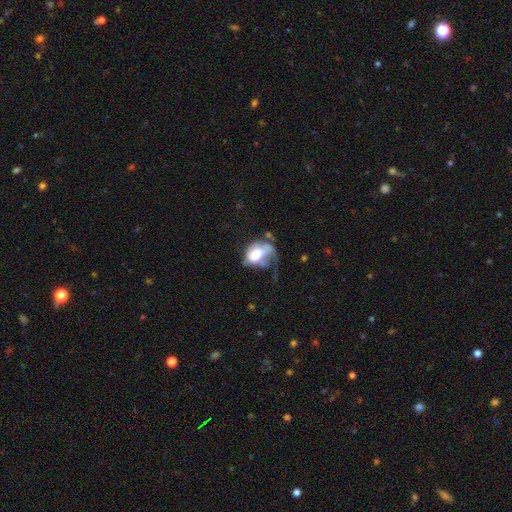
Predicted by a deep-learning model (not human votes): Smooth or featured: smooth — 50% (featured or disk — 41%)
Merging: major disturbance — 49% (minor disturbance — 19%)